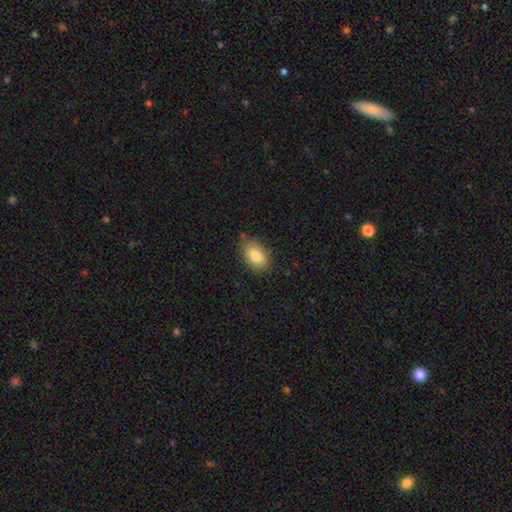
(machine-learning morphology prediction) This is clearly a smooth galaxy (83%). How rounded: clearly in between (89%). Merging: clearly none (82%).